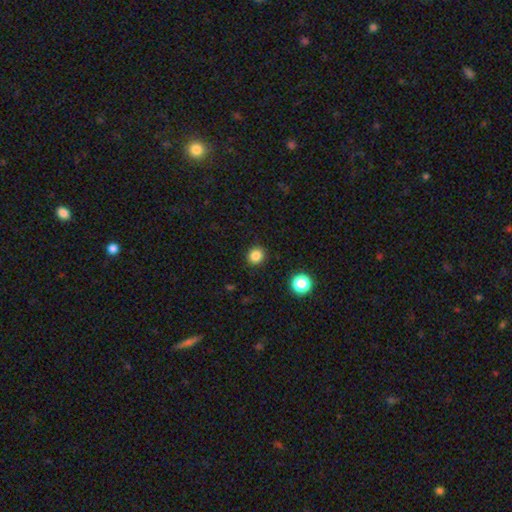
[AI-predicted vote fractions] Morphology: type=smooth (84%); roundness=round (87%); merging=none (91%).